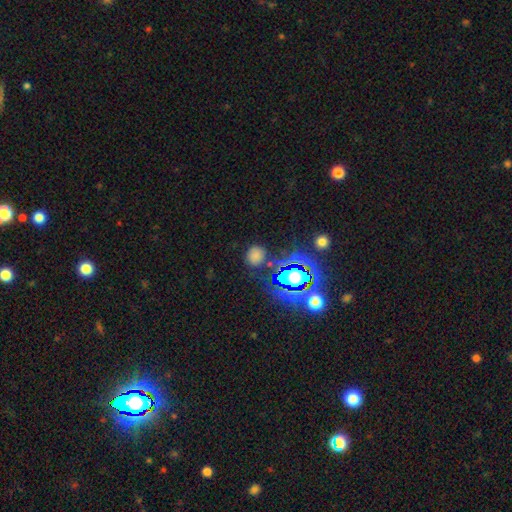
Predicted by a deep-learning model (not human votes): Smooth or featured: smooth — 64% (star or artifact — 28%)
How rounded: round — 79% (in between — 19%)
Merging: none — 80% (minor disturbance — 12%)